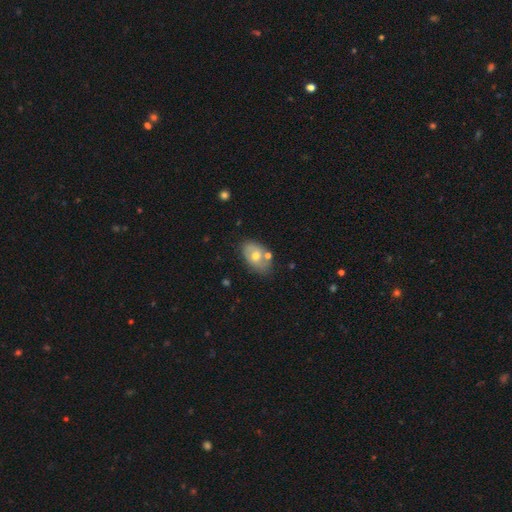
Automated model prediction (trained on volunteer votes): This appears to be a smooth galaxy with no disk features (54%) that is in between round and cigar-shaped (85%). Merging: none (65%).